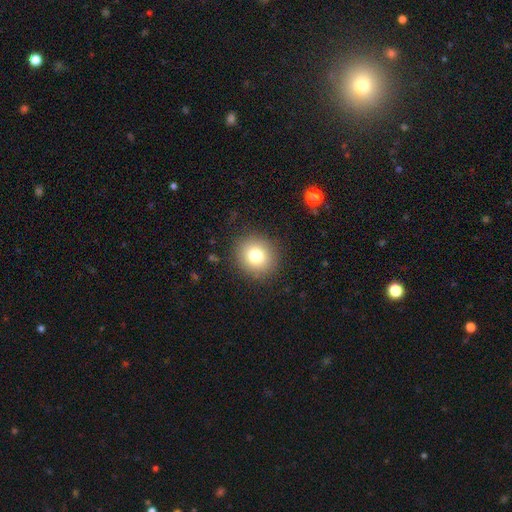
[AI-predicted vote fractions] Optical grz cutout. It shows a smooth galaxy with no disk features (78%) that is round (87%). Merging: none (89%).